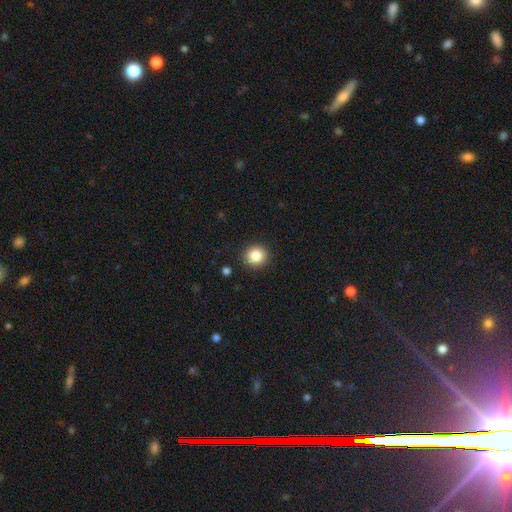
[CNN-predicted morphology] smooth-or-featured: smooth: 85% | star or artifact: 10% | featured or disk: 5%
  how-rounded: round: 92% | in between: 7% | cigar-shaped: 1%
  merging: none: 91% | minor disturbance: 6% | major disturbance: 2% | merger: 1%